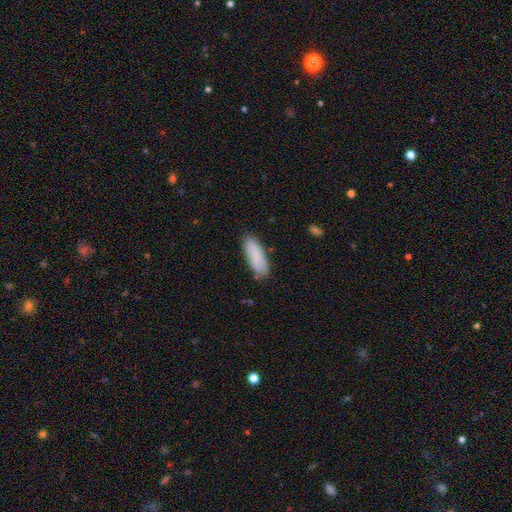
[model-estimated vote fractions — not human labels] Smooth or featured: smooth — 85% (featured or disk — 9%)
How rounded: in between — 66% (cigar-shaped — 33%)
Merging: none — 81% (minor disturbance — 14%)